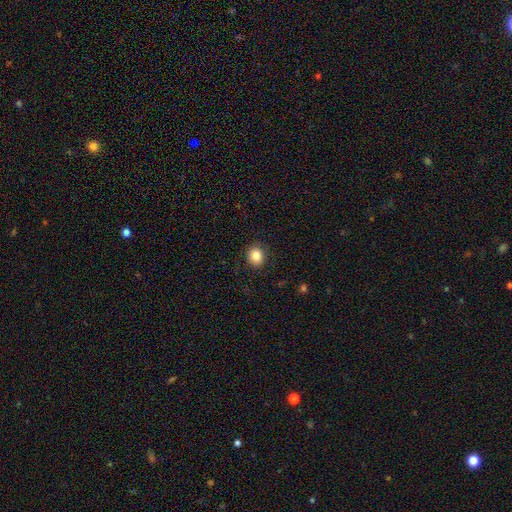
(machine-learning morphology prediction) A smooth galaxy with no disk features (83%) that is round (77%). Merging: none (89%).